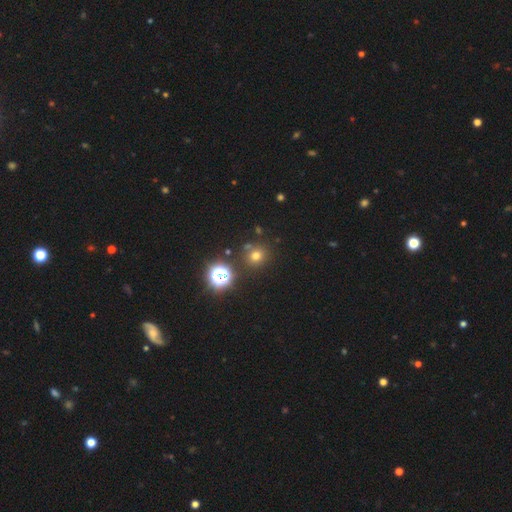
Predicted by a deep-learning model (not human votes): smooth_or_featured: smooth (p=0.66) [alt: star or artifact p=0.26]
how_rounded: round (p=0.88) [alt: in between p=0.11]
merging: none (p=0.81) [alt: minor disturbance p=0.08]